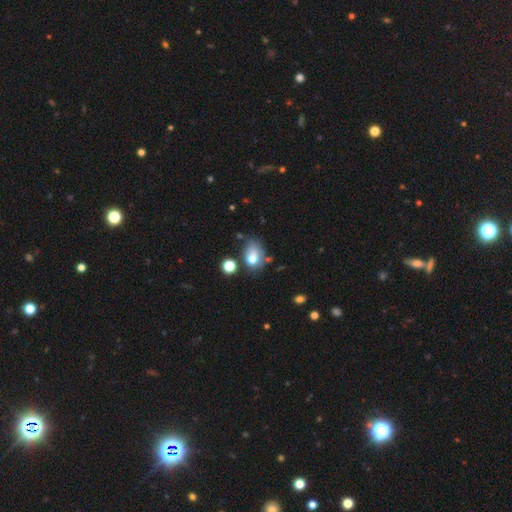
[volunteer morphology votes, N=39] Smooth or featured? smooth (82%)
How rounded? in between (88%)
Merging? none (41%)